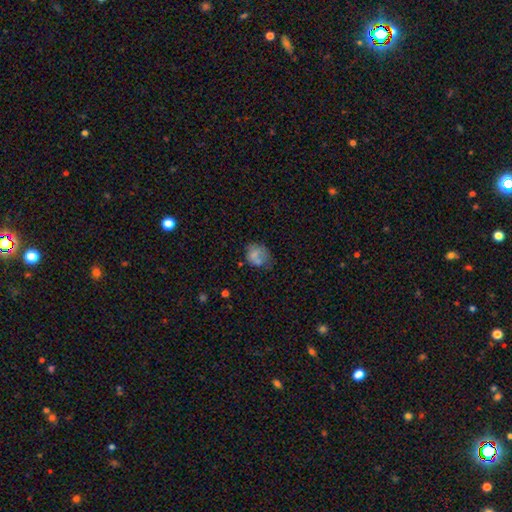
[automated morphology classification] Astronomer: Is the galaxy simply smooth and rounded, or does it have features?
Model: smooth — 66%.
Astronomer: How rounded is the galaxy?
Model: round — 58% (runner-up: in between, 41%).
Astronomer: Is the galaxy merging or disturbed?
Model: none — 48% (runner-up: minor disturbance, 27%).